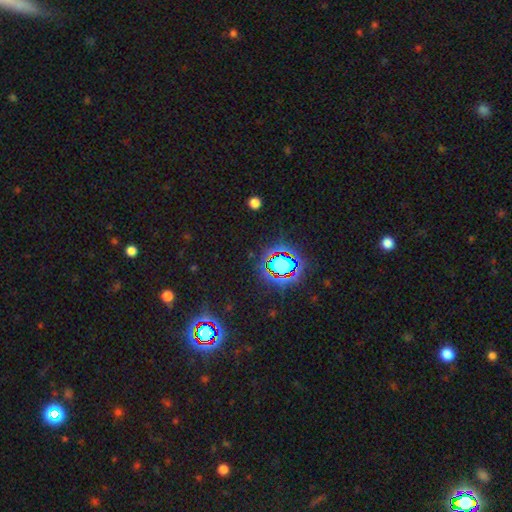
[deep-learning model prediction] Smooth or featured? star or artifact (81%)